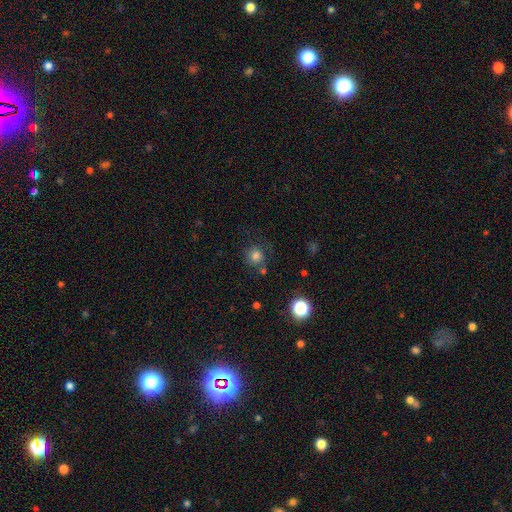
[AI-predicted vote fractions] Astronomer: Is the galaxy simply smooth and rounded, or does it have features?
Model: smooth — 77%.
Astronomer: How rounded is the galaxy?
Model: round — 90%.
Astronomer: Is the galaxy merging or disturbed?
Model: none — 68%.